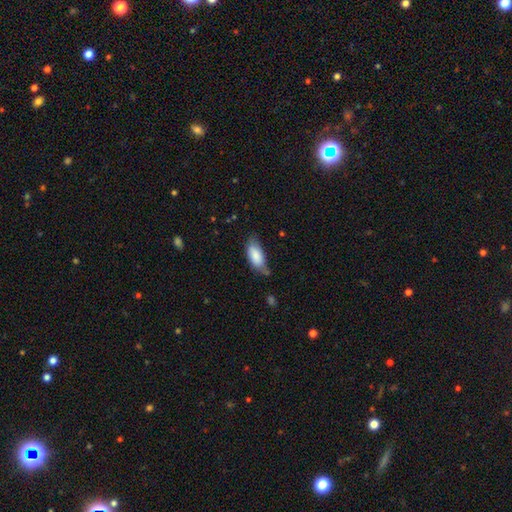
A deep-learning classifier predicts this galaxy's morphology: Smooth or featured?
  - smooth: 83% *
  - featured or disk: 10%
  - star or artifact: 6%
How rounded?
  - in between: 87% *
  - cigar-shaped: 11%
  - round: 2%
Merging?
  - none: 48% *
  - minor disturbance: 38%
  - major disturbance: 9%
  - merger: 5%